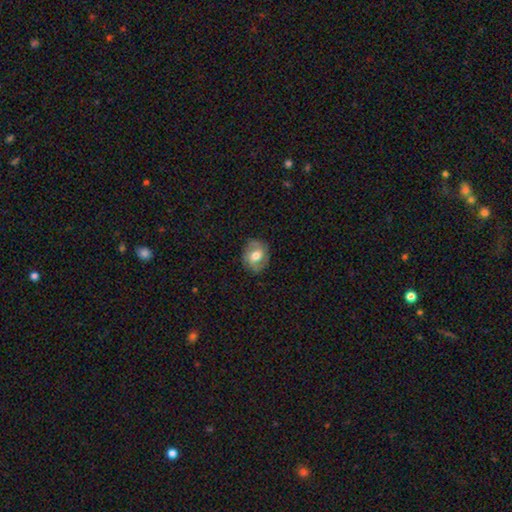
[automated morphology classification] smooth_or_featured: featured or disk (p=0.47) [alt: smooth p=0.45]
merging: none (p=0.78) [alt: minor disturbance p=0.16]